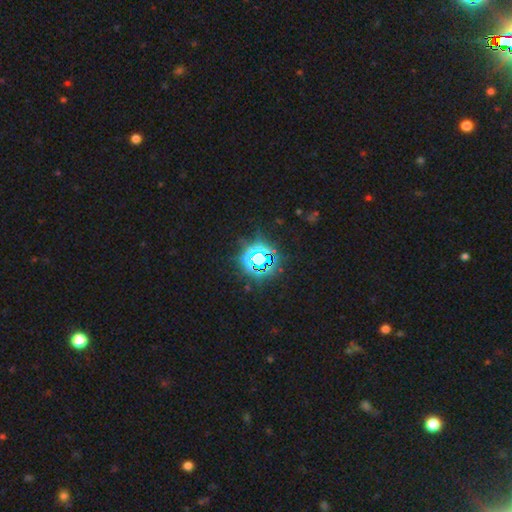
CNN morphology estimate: smooth-or-featured: star or artifact: 78% | smooth: 13% | featured or disk: 9%